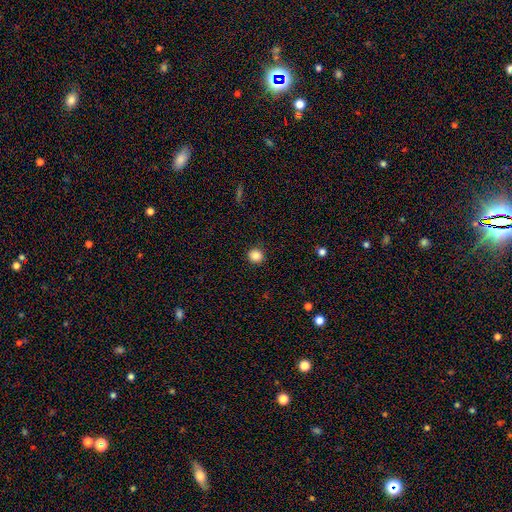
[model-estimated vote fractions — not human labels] A smooth galaxy with no disk features (86%) that is round (92%). Merging: none (92%).